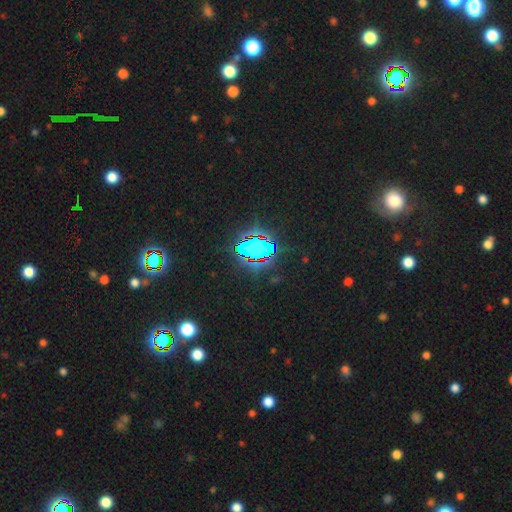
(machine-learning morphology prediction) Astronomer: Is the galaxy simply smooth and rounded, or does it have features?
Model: star or artifact — 83%.